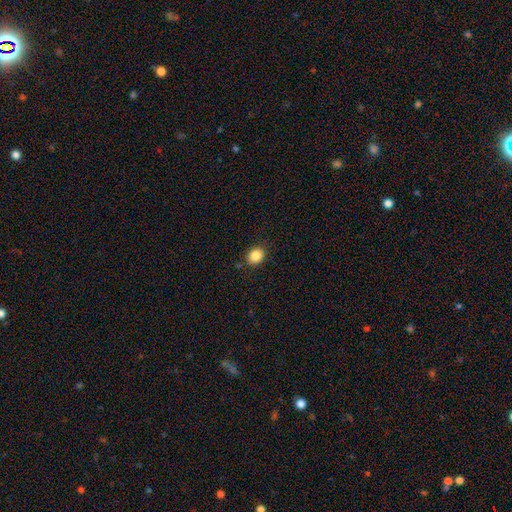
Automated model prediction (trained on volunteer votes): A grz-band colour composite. It shows a smooth galaxy with no disk features (86%) that is round (59%). Merging: none (85%).